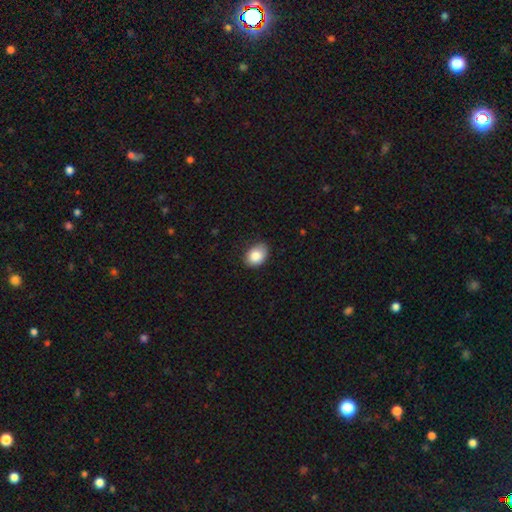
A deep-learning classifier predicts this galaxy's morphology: Overall: smooth (87%). How rounded: in between (71%). Merging: none (76%).